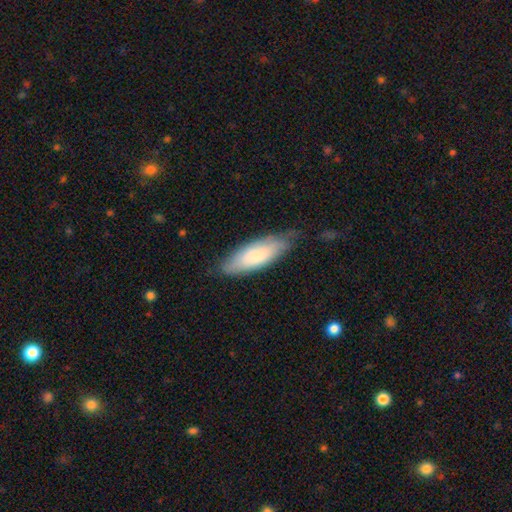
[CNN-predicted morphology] A smooth galaxy with no disk features (75%) that is in between round and cigar-shaped (61%).

Vote fractions:
- Smooth or featured? smooth: 75% / featured or disk: 19% / star or artifact: 6%
- How rounded? in between: 61% / cigar-shaped: 37% / round: 2%
- Merging? none: 67% / minor disturbance: 26% / major disturbance: 5% / merger: 1%